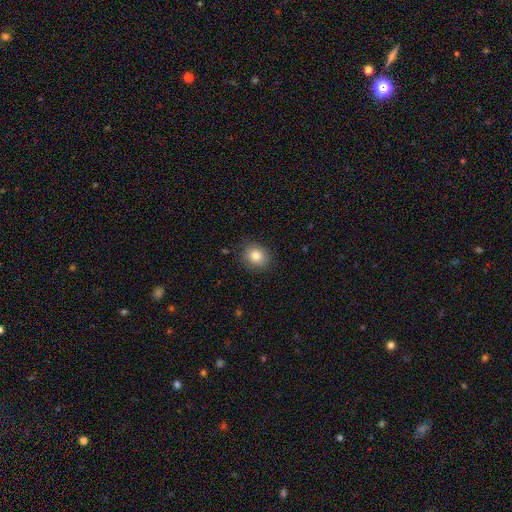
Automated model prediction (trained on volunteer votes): Q: Smooth or featured?
A: smooth (83%); runner-up: star or artifact (10%)
Q: How rounded?
A: round (72%); runner-up: in between (27%)
Q: Merging?
A: none (86%); runner-up: minor disturbance (11%)